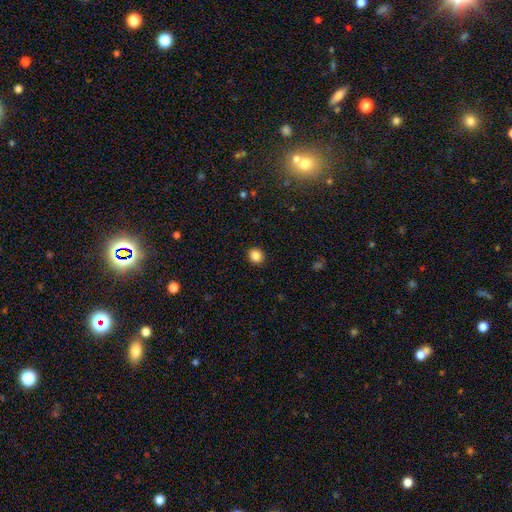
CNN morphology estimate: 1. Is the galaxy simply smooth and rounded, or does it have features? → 86% smooth, 10% star or artifact, 3% featured or disk.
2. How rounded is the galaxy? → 82% round, 17% in between, 1% cigar-shaped.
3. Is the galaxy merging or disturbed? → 92% none, 6% minor disturbance, 2% major disturbance, 1% merger.